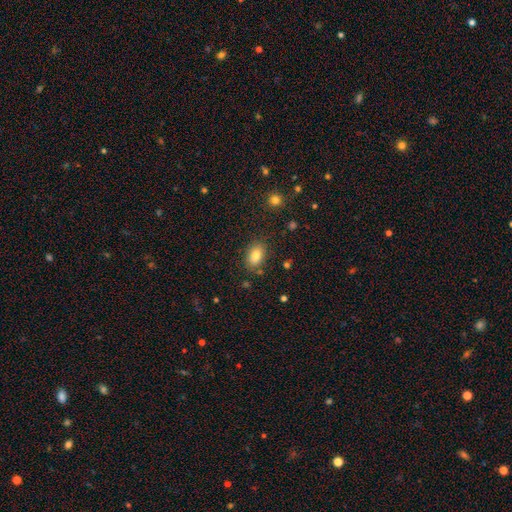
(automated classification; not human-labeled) Q: Smooth or featured?
A: smooth (82%); runner-up: featured or disk (9%)
Q: How rounded?
A: in between (85%); runner-up: round (14%)
Q: Merging?
A: none (82%); runner-up: minor disturbance (12%)